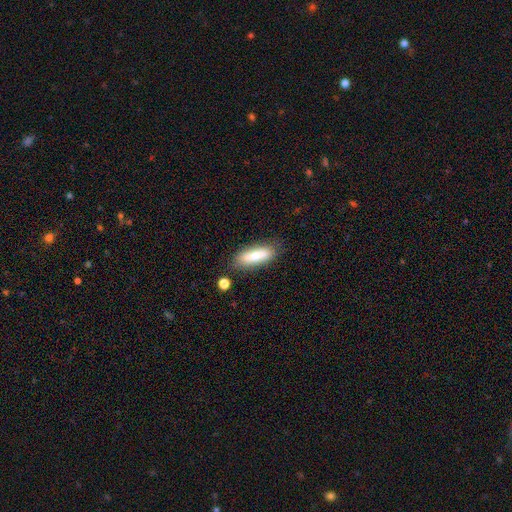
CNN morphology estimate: Smooth or featured? Predicted: smooth (p=0.76). How rounded? Predicted: in between (p=0.56). Merging? Predicted: none (p=0.78).